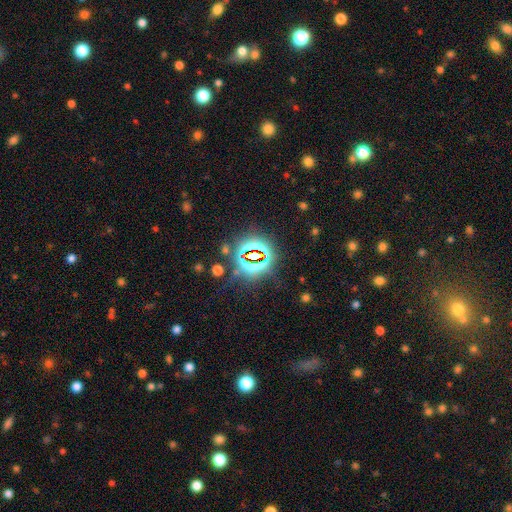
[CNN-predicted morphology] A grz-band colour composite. It shows a star or artifact, not a galaxy (78%).